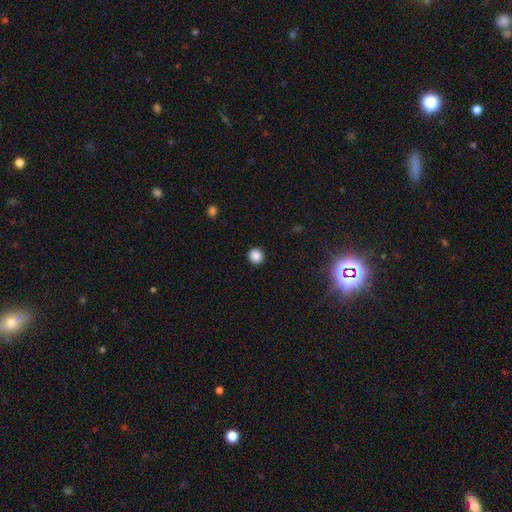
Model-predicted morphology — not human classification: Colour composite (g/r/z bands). It shows a smooth galaxy with no disk features (87%) that is round (86%). Merging: none (92%).